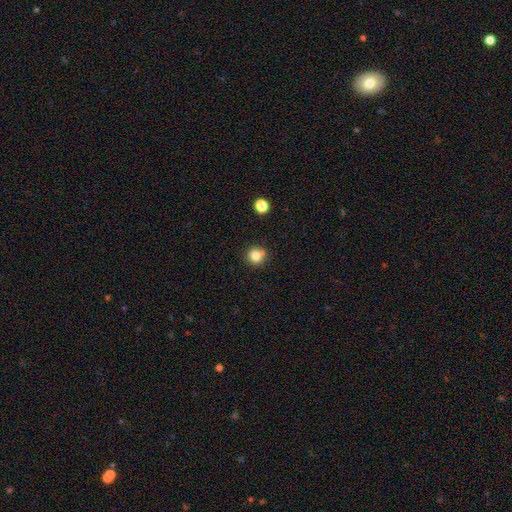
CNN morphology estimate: smooth-or-featured: smooth: 81% | star or artifact: 11% | featured or disk: 7%
  how-rounded: round: 90% | in between: 9% | cigar-shaped: 1%
  merging: none: 74% | minor disturbance: 12% | merger: 11% | major disturbance: 3%